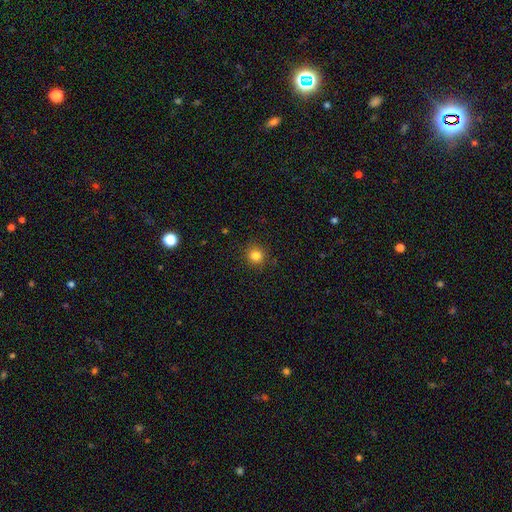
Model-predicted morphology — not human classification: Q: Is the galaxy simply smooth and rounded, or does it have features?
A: smooth — 83%.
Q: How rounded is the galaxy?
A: round — 91%.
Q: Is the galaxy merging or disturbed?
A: none — 89%.